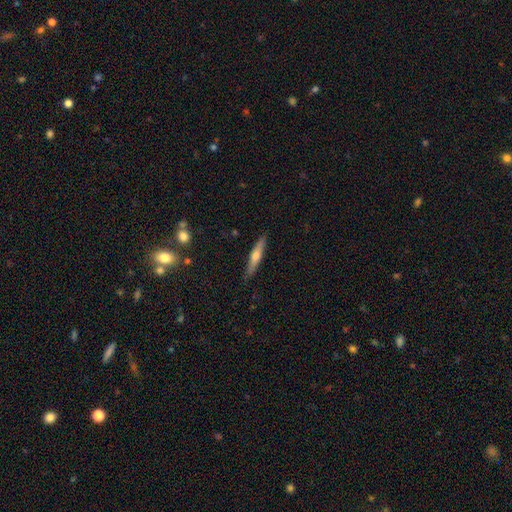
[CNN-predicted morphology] This appears to be a featured or disk galaxy (47%, tied with smooth). Merging: none (88%).